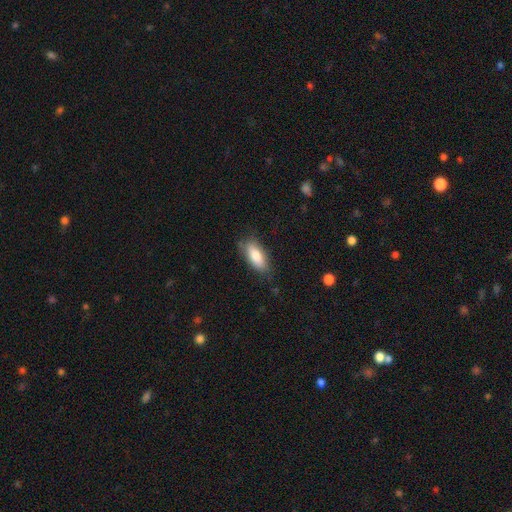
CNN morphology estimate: Smooth or featured? Predicted: smooth (p=0.82). How rounded? Predicted: in between (p=0.81). Merging? Predicted: none (p=0.77).